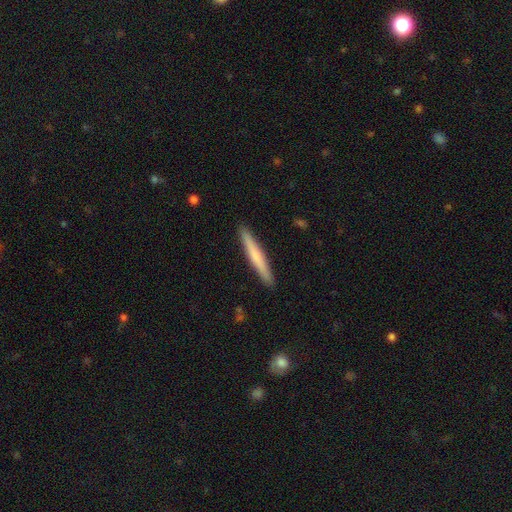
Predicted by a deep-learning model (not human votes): This is likely a smooth galaxy (61%). How rounded: clearly cigar-shaped (96%). Merging: clearly none (92%).